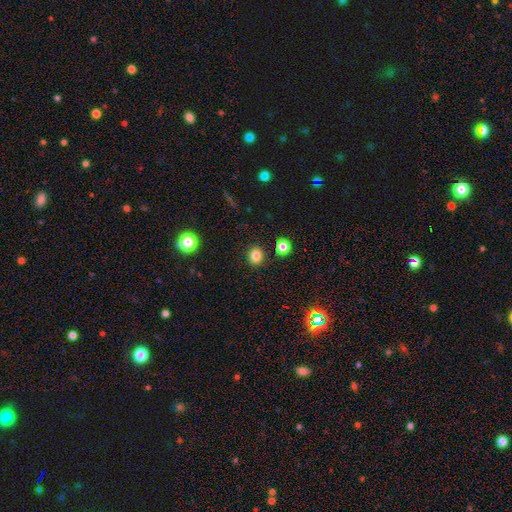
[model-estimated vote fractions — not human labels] Smooth or featured?
  - smooth: 81% *
  - star or artifact: 13%
  - featured or disk: 6%
How rounded?
  - round: 69% *
  - in between: 30%
  - cigar-shaped: 1%
Merging?
  - none: 87% *
  - minor disturbance: 7%
  - merger: 3%
  - major disturbance: 2%